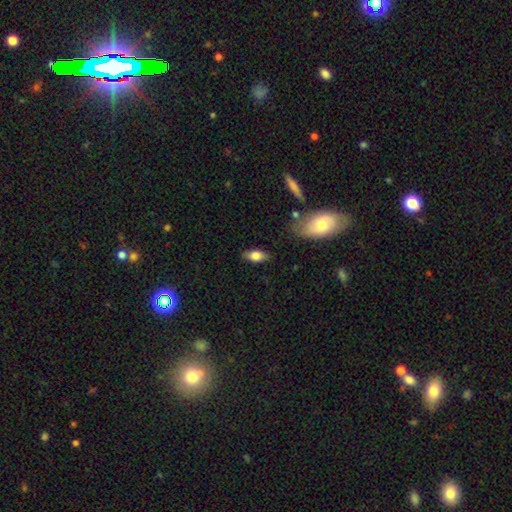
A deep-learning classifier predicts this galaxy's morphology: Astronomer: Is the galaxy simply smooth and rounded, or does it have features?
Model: smooth — 73%.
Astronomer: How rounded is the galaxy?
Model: in between — 83%.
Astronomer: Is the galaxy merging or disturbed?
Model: none — 82%.